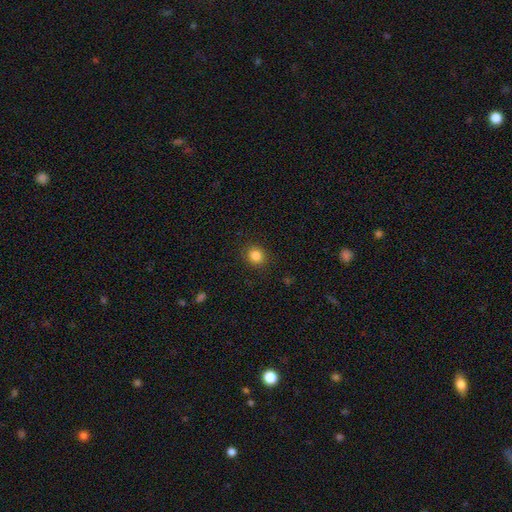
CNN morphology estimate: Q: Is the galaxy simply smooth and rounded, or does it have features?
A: smooth — 85%.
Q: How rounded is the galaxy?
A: round — 80%.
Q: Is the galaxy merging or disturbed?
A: none — 88%.